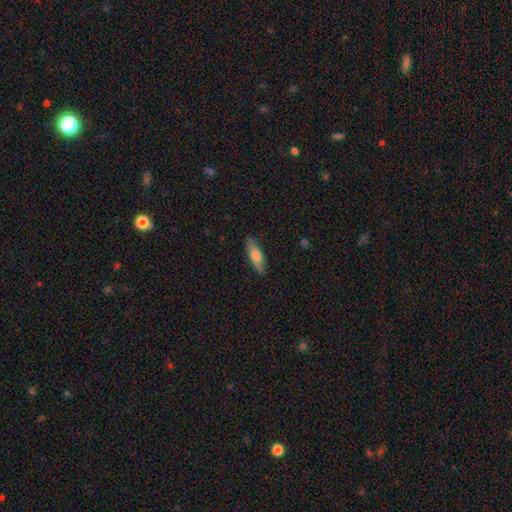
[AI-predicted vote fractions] smooth 68%, featured or disk 26%, star or artifact 6%. Down the decision tree: how rounded — cigar-shaped (50%); merging — none (84%).